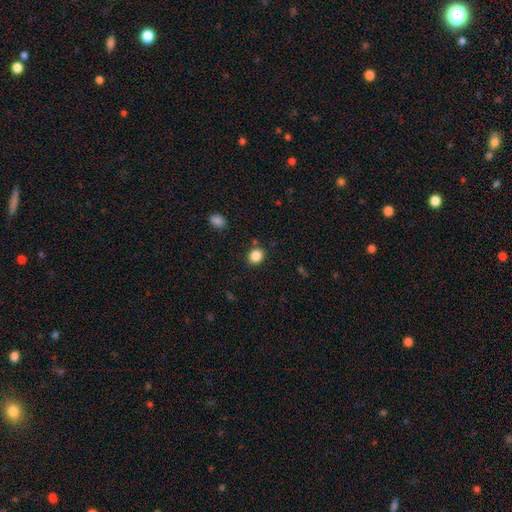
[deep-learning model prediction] Smooth or featured: smooth — 86% (star or artifact — 10%)
How rounded: round — 62% (in between — 37%)
Merging: none — 85% (minor disturbance — 9%)